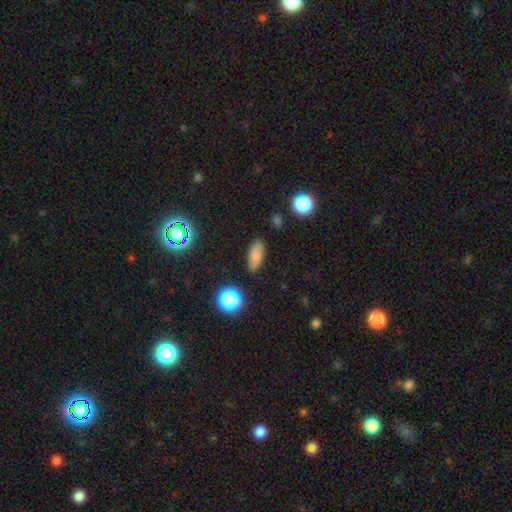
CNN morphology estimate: Overall: smooth (79%). How rounded: in between (78%). Merging: none (84%).